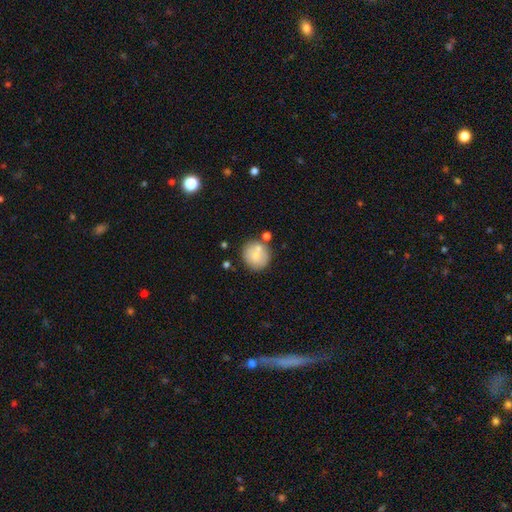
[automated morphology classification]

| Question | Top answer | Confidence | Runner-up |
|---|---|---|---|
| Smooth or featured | smooth | 76% | featured or disk (16%) |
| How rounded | round | 91% | in between (8%) |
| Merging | none | 71% | merger (13%) |